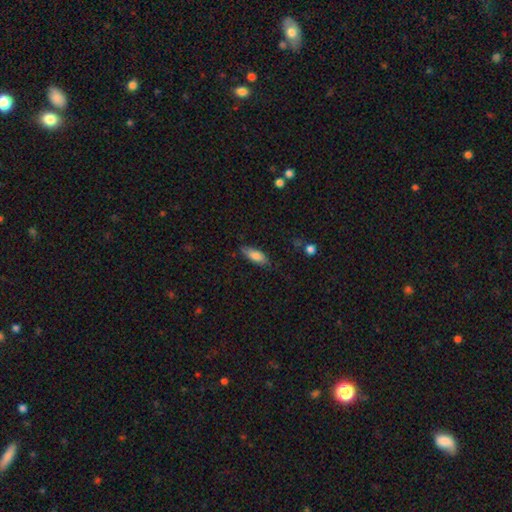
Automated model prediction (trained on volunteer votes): Smooth or featured: smooth — 80% (featured or disk — 13%)
How rounded: in between — 73% (cigar-shaped — 25%)
Merging: none — 73% (minor disturbance — 21%)